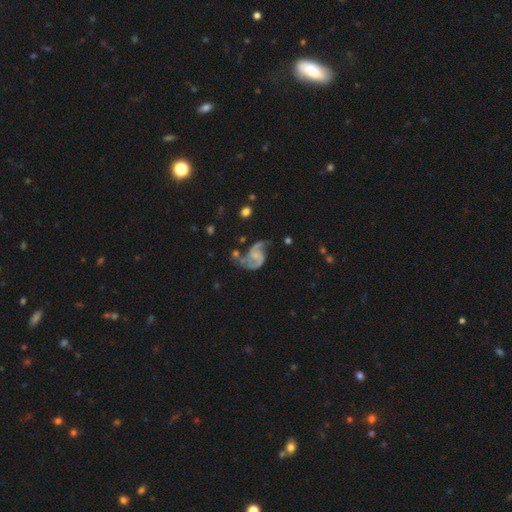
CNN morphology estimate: This appears to be a featured or disk galaxy (85%) with no bar (58%), 2 (87%) medium (45%) spiral arms (94%) and a small central bulge (50%). Merging: none (41%).